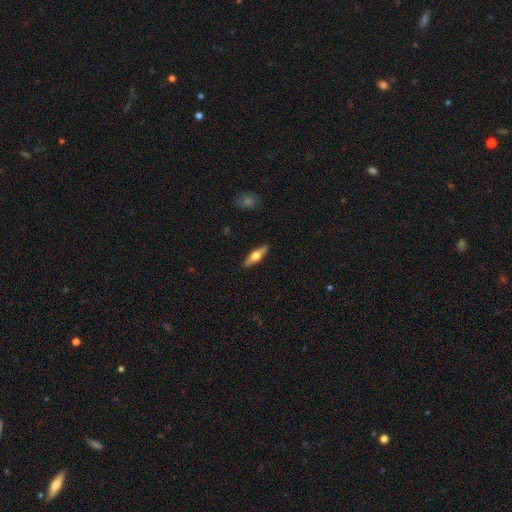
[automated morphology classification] Smooth or featured: featured or disk — 59% (smooth — 36%)
Edge-on disk: yes — 95% (no — 5%)
Edge-on bulge: rounded — 94% (boxy — 4%)
Merging: none — 91% (minor disturbance — 7%)